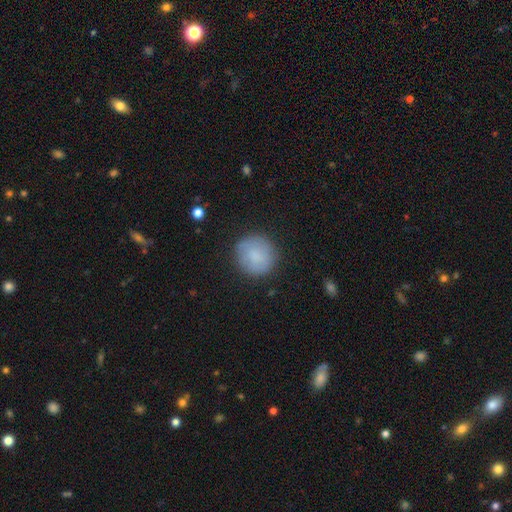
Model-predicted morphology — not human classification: Smooth or featured? smooth (79%)
How rounded? round (92%)
Merging? none (84%)